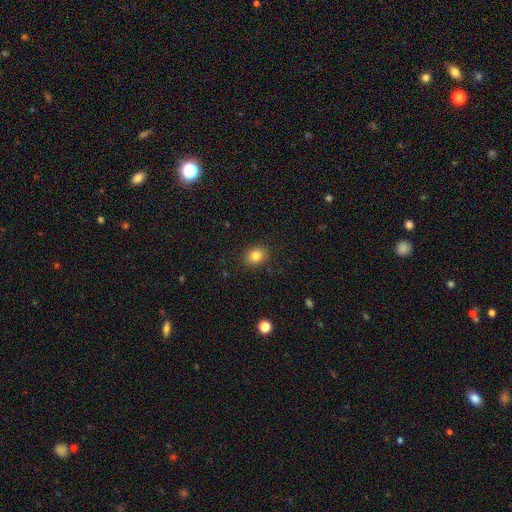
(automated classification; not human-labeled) A smooth galaxy with no disk features (83%) that is round (56%). Merging: none (88%).